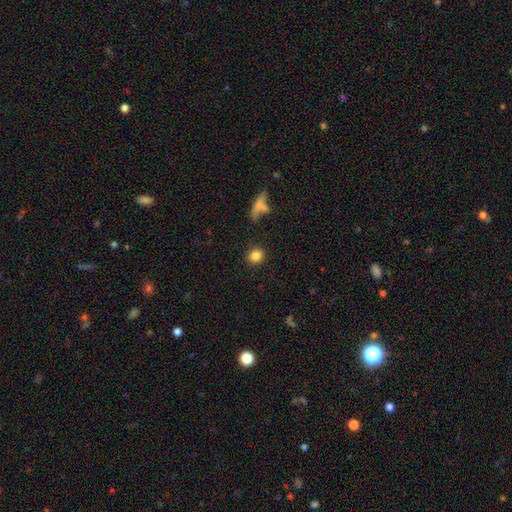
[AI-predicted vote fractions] Smooth or featured? smooth (84%)
How rounded? round (87%)
Merging? none (87%)